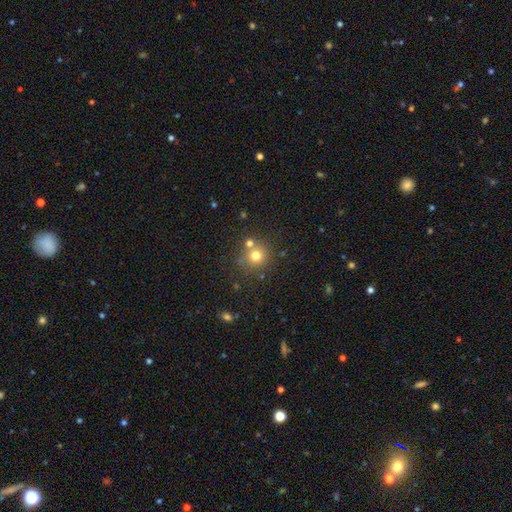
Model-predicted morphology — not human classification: Smooth or featured? smooth (74%)
How rounded? round (92%)
Merging? none (70%)